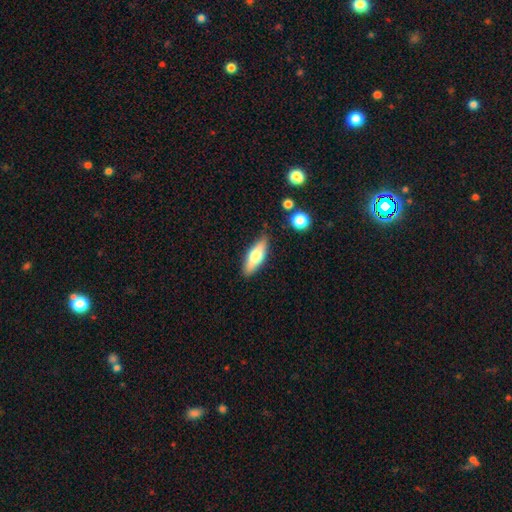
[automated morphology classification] A smooth galaxy with no disk features (61%) that is in between round and cigar-shaped (60%). Merging: none (84%).